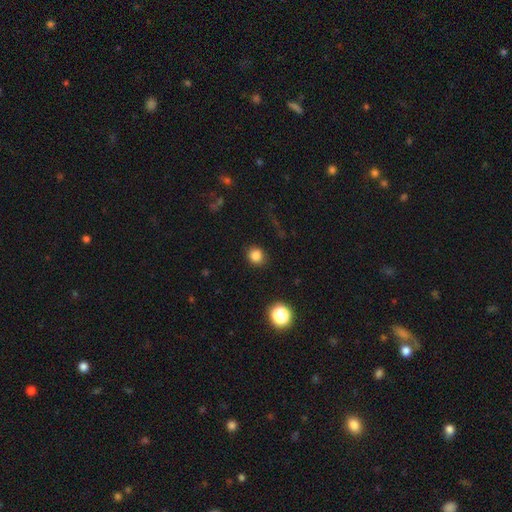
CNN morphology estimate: Smooth or featured?
  - smooth: 83% *
  - star or artifact: 13%
  - featured or disk: 5%
How rounded?
  - round: 84% *
  - in between: 15%
  - cigar-shaped: 1%
Merging?
  - none: 88% *
  - minor disturbance: 7%
  - major disturbance: 3%
  - merger: 1%